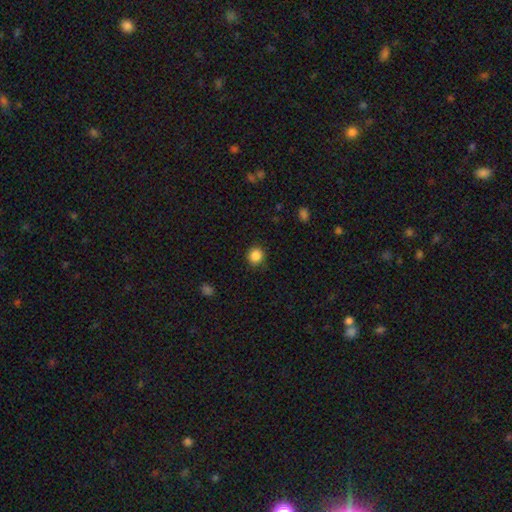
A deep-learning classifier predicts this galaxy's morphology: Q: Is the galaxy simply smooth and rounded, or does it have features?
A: smooth — 86%.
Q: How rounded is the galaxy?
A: round — 89%.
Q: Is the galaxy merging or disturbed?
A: none — 88%.